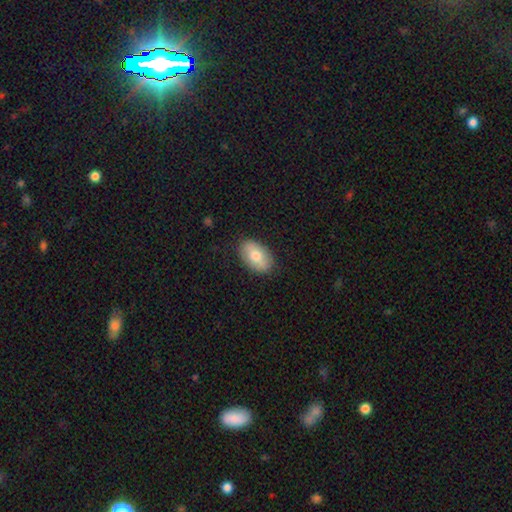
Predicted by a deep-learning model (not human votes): Smooth or featured? smooth (73%)
How rounded? in between (90%)
Merging? none (86%)